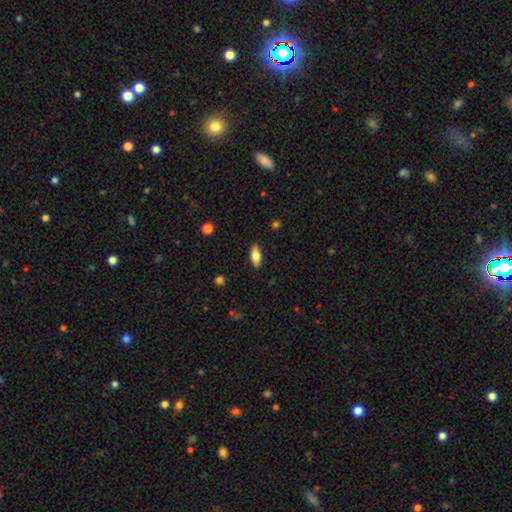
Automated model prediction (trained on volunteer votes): A smooth galaxy with no disk features (72%) that is in between round and cigar-shaped (81%). Merging: none (88%).